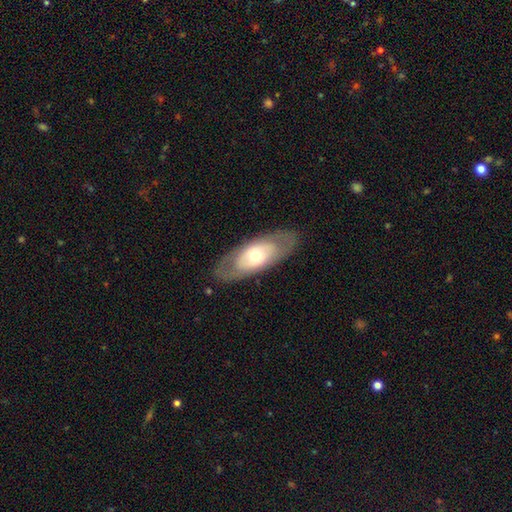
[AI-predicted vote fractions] Q: Smooth or featured?
A: featured or disk (51%); runner-up: smooth (44%)
Q: Edge-on disk?
A: no (82%); runner-up: yes (18%)
Q: Merging?
A: none (81%); runner-up: minor disturbance (12%)